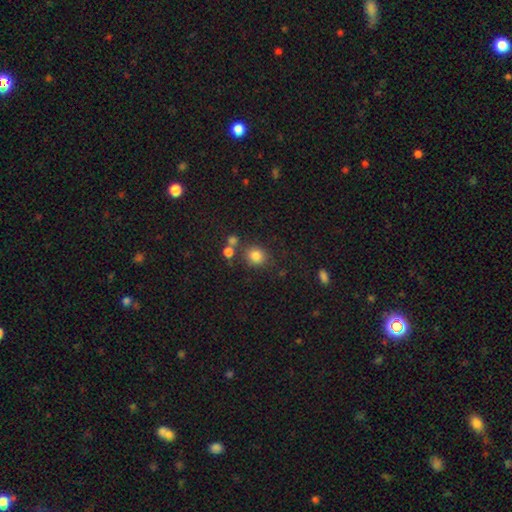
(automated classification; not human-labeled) This is clearly a smooth galaxy (82%). How rounded: likely round (79%). Merging: likely none (73%).